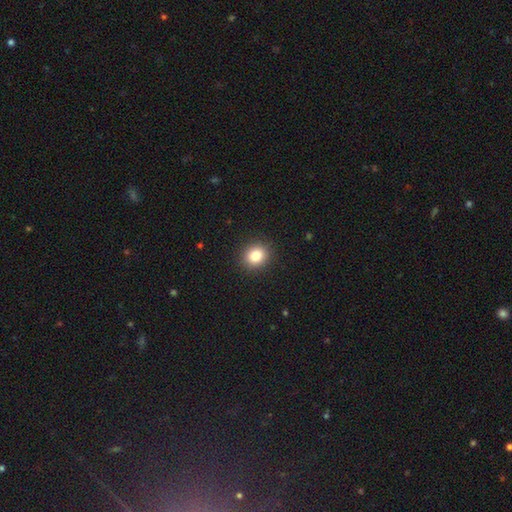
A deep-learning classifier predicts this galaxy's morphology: A smooth galaxy with no disk features (83%) that is round (75%).

Vote fractions:
- Smooth or featured? smooth: 83% / star or artifact: 11% / featured or disk: 6%
- How rounded? round: 75% / in between: 24% / cigar-shaped: 1%
- Merging? none: 91% / minor disturbance: 6% / major disturbance: 2% / merger: 1%